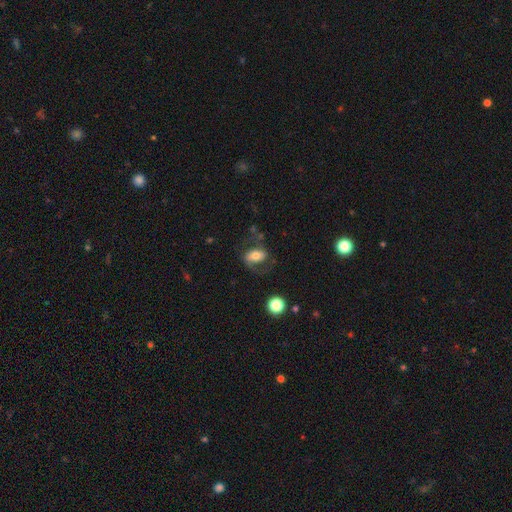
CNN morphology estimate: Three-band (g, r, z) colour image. It shows a smooth galaxy with no disk features (48%). Merging: none (57%).